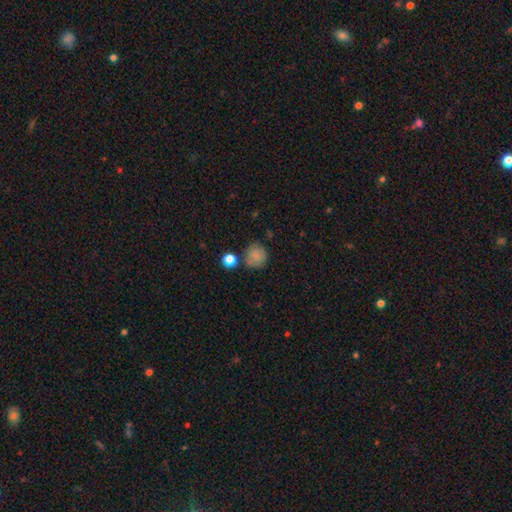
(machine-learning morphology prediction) smooth 81%, star or artifact 10%, featured or disk 9%. Down the decision tree: how rounded — round (89%); merging — none (72%).